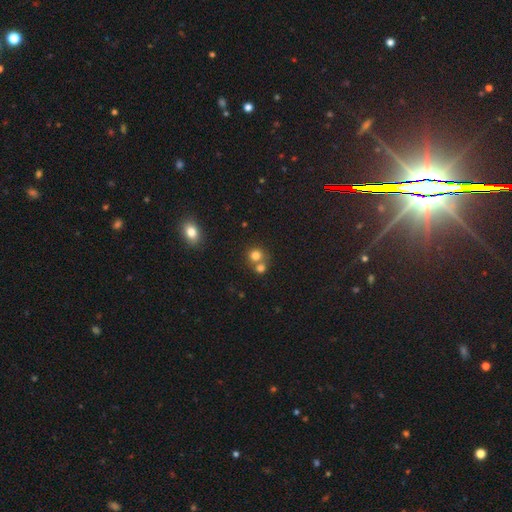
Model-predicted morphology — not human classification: Smooth or featured? smooth (79%)
How rounded? round (82%)
Merging? none (46%)